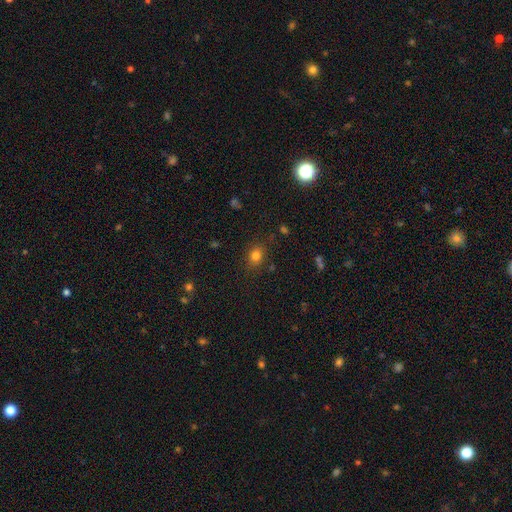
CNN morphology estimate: type=smooth (79%); roundness=in between (51%); merging=none (83%).